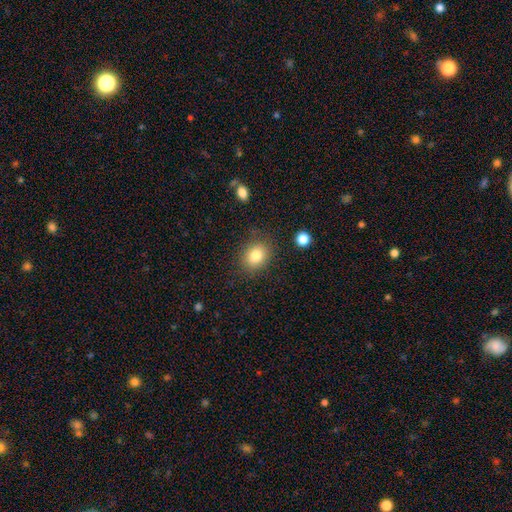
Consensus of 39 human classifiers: Smooth or featured? 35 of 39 (90%) said smooth. How rounded? 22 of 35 (63%) said round. Merging? 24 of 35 (69%) said none.